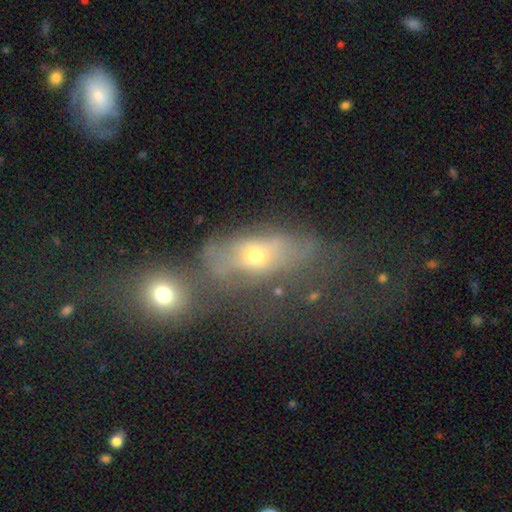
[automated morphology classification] A smooth galaxy with no disk features (50%).

Vote fractions:
- Smooth or featured? smooth: 50% / featured or disk: 35% / star or artifact: 16%
- Merging? merger: 36% / none: 25% / major disturbance: 24% / minor disturbance: 15%